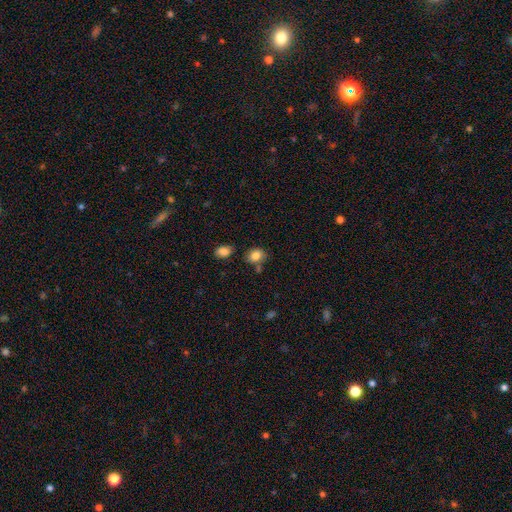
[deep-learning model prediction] This is clearly a smooth galaxy (83%). How rounded: possibly in between (59%). Merging: likely none (68%).